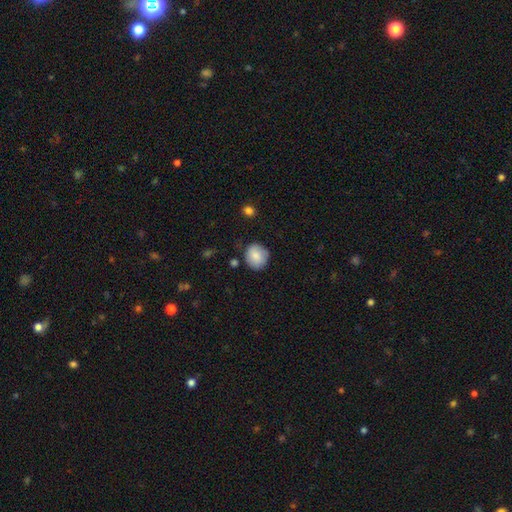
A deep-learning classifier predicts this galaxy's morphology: Overall: smooth (83%). How rounded: round (80%). Merging: none (78%).